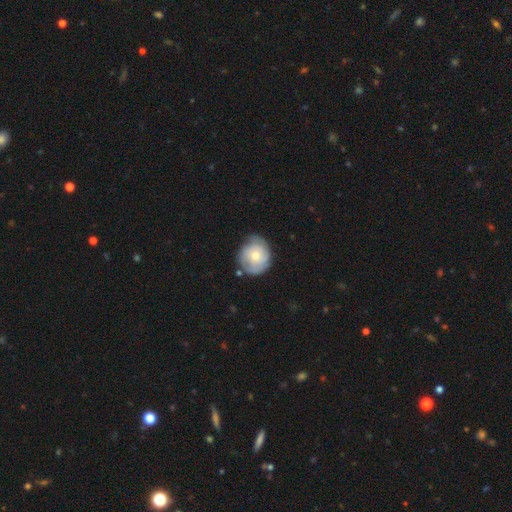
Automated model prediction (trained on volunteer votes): smooth_or_featured: smooth (p=0.53) [alt: featured or disk p=0.41]
how_rounded: round (p=0.78) [alt: in between p=0.21]
merging: none (p=0.62) [alt: minor disturbance p=0.28]